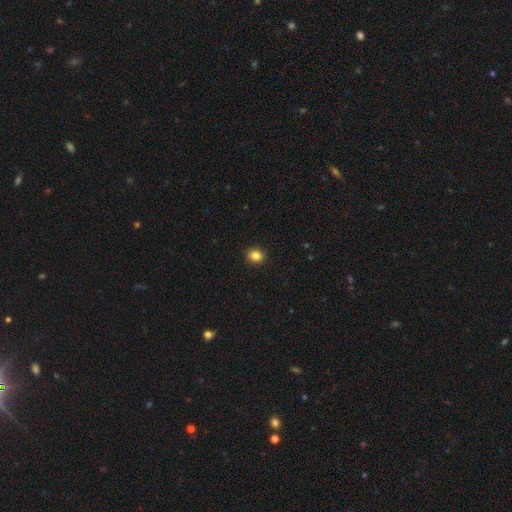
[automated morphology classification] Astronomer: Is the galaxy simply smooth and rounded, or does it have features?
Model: smooth — 84%.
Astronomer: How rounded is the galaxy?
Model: round — 80%.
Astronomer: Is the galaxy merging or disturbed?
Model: none — 92%.